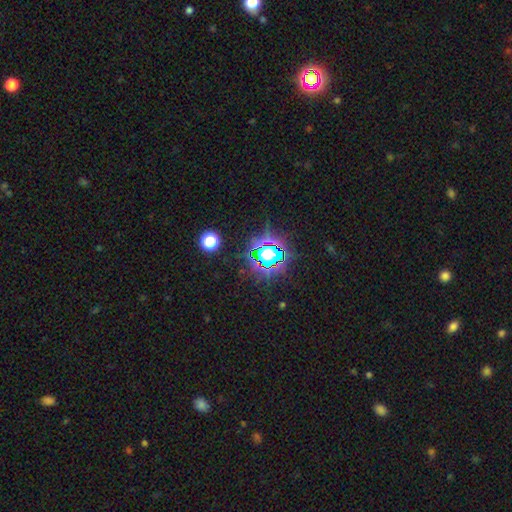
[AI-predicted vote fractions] A star or artifact, not a galaxy (77%).

Vote fractions:
- Smooth or featured? star or artifact: 77% / smooth: 14% / featured or disk: 8%